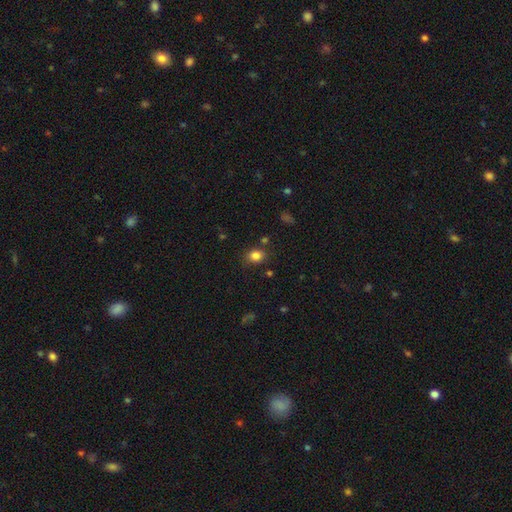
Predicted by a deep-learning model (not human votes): Smooth or featured? Predicted: smooth (p=0.83). How rounded? Predicted: round (p=0.53). Merging? Predicted: none (p=0.79).